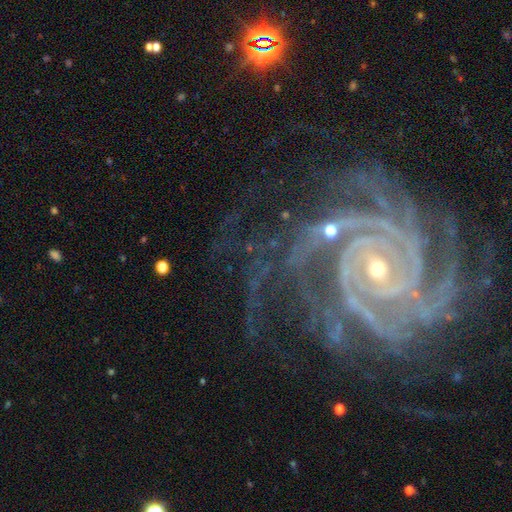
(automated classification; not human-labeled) Q: Smooth or featured?
A: featured or disk (91%); runner-up: star or artifact (6%)
Q: Edge-on disk?
A: no (98%); runner-up: yes (2%)
Q: Bar?
A: no (59%); runner-up: weak (22%)
Q: Spiral arms?
A: yes (99%); runner-up: no (1%)
Q: Spiral winding?
A: tight (80%); runner-up: medium (17%)
Q: Spiral arm count?
A: 4 (24%); runner-up: more than 4 (23%)
Q: Bulge size?
A: small (71%); runner-up: moderate (26%)
Q: Merging?
A: none (68%); runner-up: minor disturbance (18%)